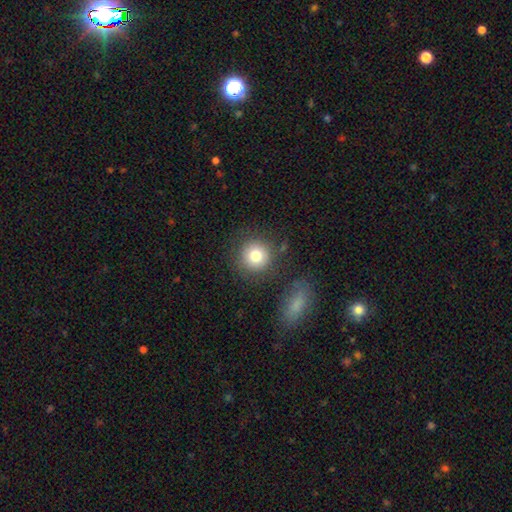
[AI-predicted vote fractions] Smooth or featured: smooth — 80% (featured or disk — 10%)
How rounded: round — 93% (in between — 6%)
Merging: none — 81% (minor disturbance — 10%)